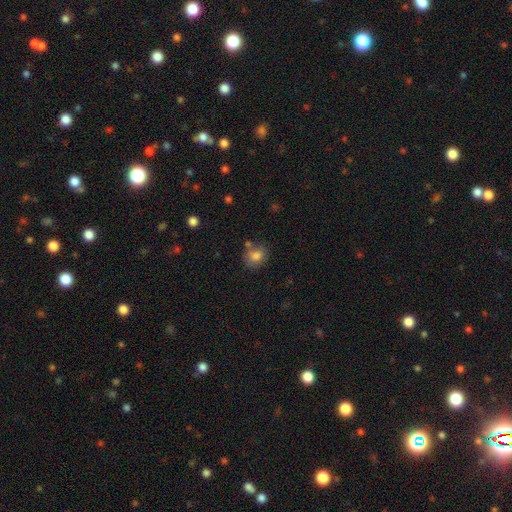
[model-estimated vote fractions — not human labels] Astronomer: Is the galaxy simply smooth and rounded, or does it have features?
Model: smooth — 80%.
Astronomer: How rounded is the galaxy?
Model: round — 57% (runner-up: in between, 42%).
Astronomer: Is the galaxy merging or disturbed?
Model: none — 65%.